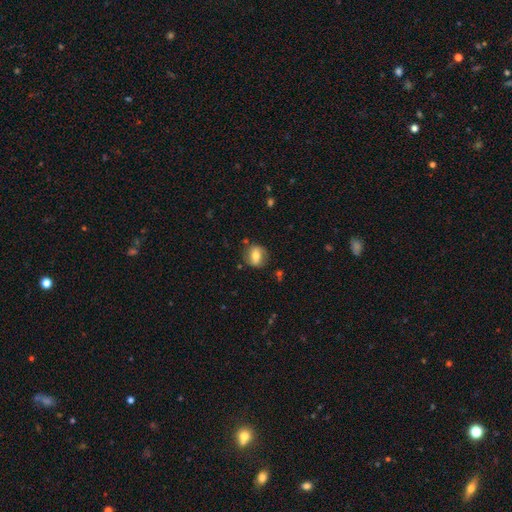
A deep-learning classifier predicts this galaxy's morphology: smooth_or_featured: smooth (p=0.57) [alt: featured or disk p=0.35]
how_rounded: round (p=0.62) [alt: in between p=0.36]
merging: none (p=0.77) [alt: minor disturbance p=0.15]